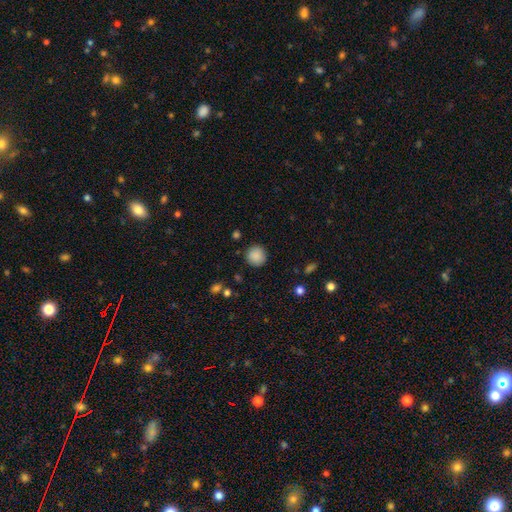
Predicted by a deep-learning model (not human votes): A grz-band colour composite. It shows a smooth galaxy with no disk features (88%) that is round (93%). Merging: none (89%).